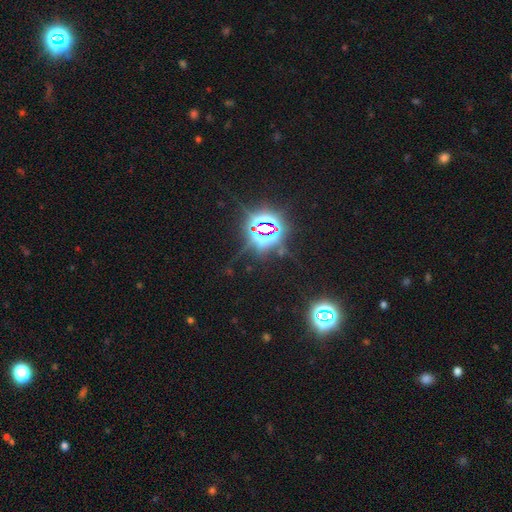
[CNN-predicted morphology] Q: Smooth or featured?
A: star or artifact (83%); runner-up: smooth (11%)